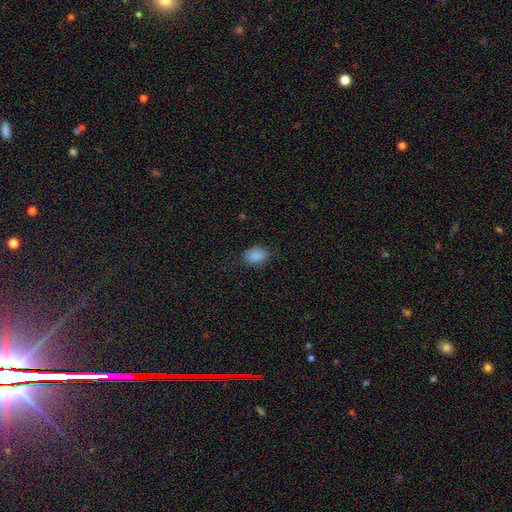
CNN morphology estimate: This is clearly a smooth galaxy (87%). How rounded: likely in between (78%). Merging: likely none (79%).